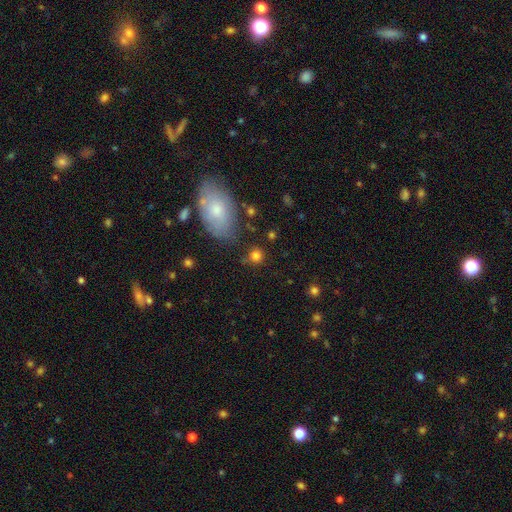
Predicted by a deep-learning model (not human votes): smooth_or_featured: smooth (p=0.80) [alt: star or artifact p=0.13]
how_rounded: round (p=0.85) [alt: in between p=0.14]
merging: none (p=0.76) [alt: minor disturbance p=0.12]